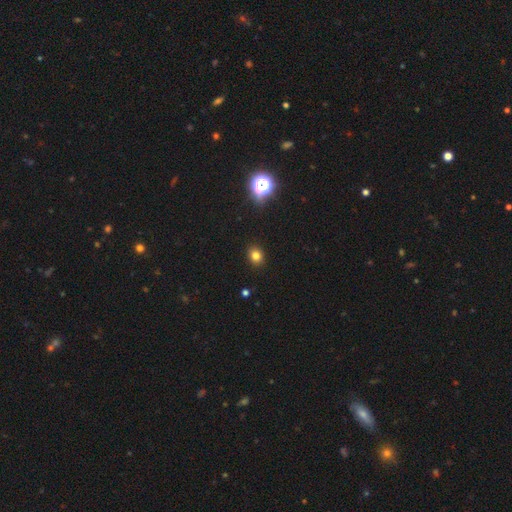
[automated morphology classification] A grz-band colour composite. It shows a smooth galaxy with no disk features (79%) that is round (62%). Merging: none (90%).